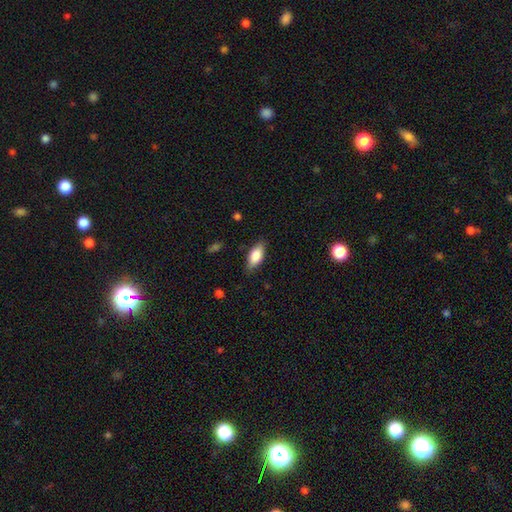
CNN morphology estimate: A smooth galaxy with no disk features (79%) that is in between round and cigar-shaped (86%). Merging: none (82%).